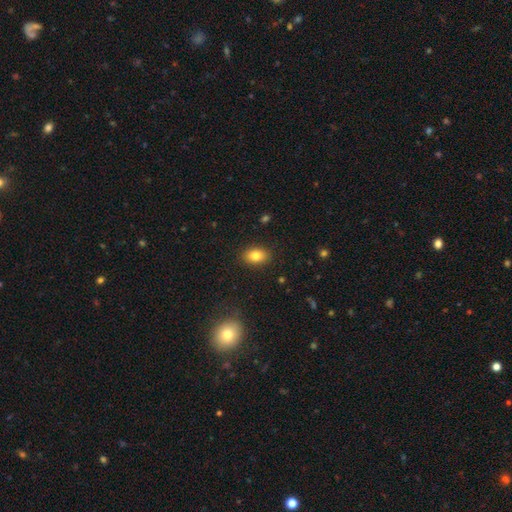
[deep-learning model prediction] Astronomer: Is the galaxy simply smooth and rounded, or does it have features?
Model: smooth — 81%.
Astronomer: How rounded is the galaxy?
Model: in between — 81%.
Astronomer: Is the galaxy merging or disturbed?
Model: none — 88%.